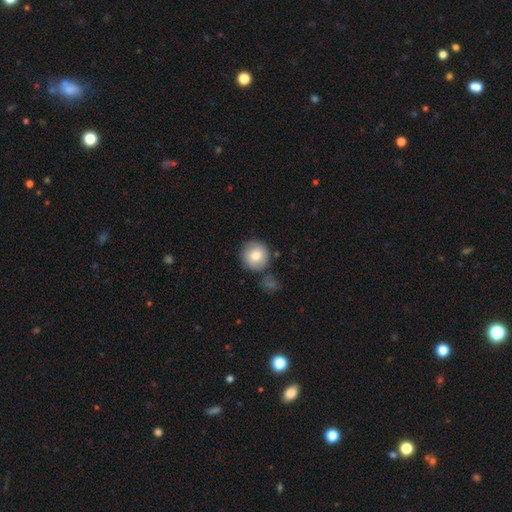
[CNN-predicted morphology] A smooth galaxy with no disk features (81%) that is round (93%).

Vote fractions:
- Smooth or featured? smooth: 81% / featured or disk: 12% / star or artifact: 8%
- How rounded? round: 93% / in between: 6% / cigar-shaped: 1%
- Merging? none: 76% / minor disturbance: 12% / merger: 8% / major disturbance: 3%